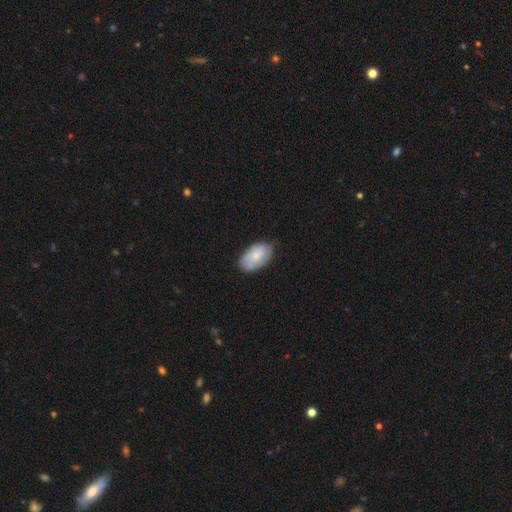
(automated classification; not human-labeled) Morphology: type=smooth (68%); roundness=in between (93%); merging=none (72%).